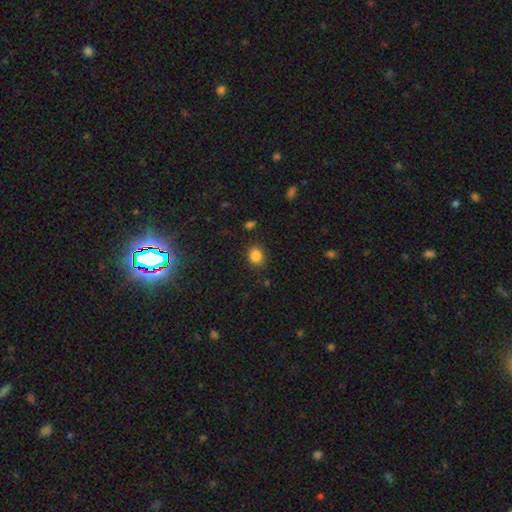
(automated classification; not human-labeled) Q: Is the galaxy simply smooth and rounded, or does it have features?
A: smooth — 84%.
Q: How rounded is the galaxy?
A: round — 72%.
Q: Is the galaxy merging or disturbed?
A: none — 86%.